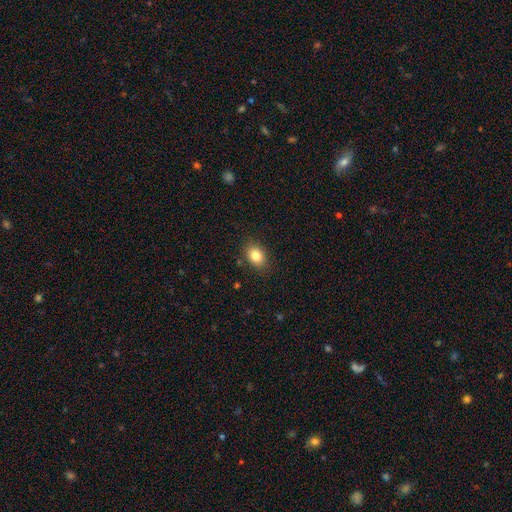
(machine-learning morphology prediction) smooth 83%, star or artifact 9%, featured or disk 7%. Down the decision tree: how rounded — in between (69%); merging — none (86%).